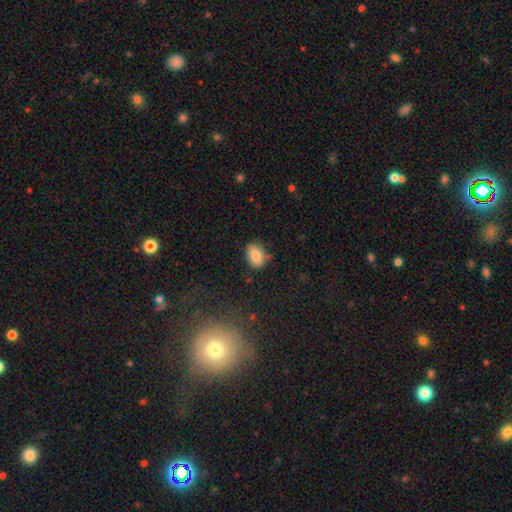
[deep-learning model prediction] Overall: smooth (84%). How rounded: in between (81%). Merging: none (75%).